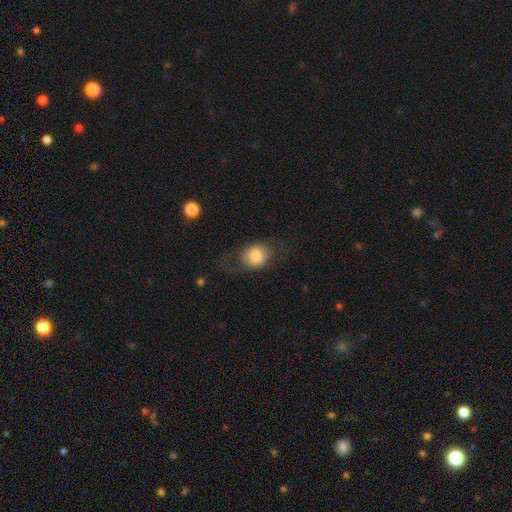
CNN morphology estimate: smooth_or_featured: smooth (p=0.76) [alt: featured or disk p=0.16]
how_rounded: round (p=0.59) [alt: in between p=0.39]
merging: none (p=0.62) [alt: minor disturbance p=0.20]